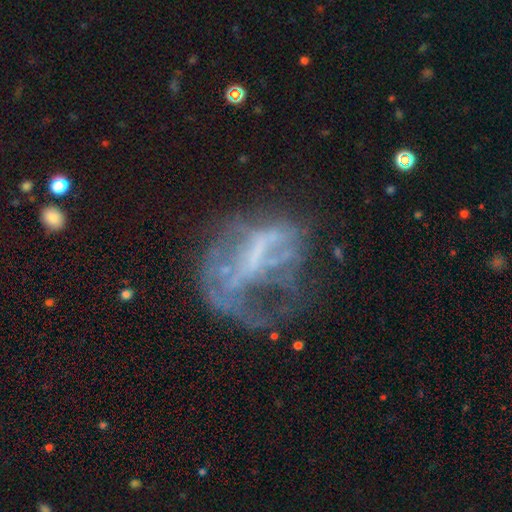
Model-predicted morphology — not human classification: Smooth or featured?
  - featured or disk: 64% *
  - smooth: 20%
  - star or artifact: 17%
Edge-on disk?
  - no: 96% *
  - yes: 4%
Bar?
  - no: 57% *
  - weak: 24%
  - strong: 19%
Spiral arms?
  - no: 74% *
  - yes: 26%
Bulge size?
  - none: 69% *
  - small: 17%
  - moderate: 10%
  - large: 3%
  - dominant: 1%
Merging?
  - major disturbance: 48% *
  - none: 29%
  - minor disturbance: 17%
  - merger: 6%